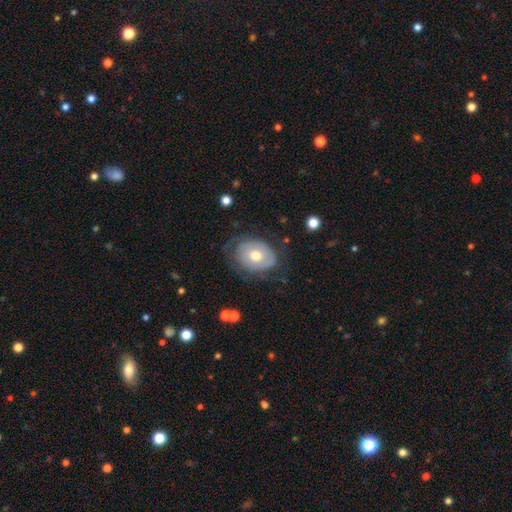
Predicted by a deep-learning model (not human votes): smooth-or-featured: featured or disk: 54% | smooth: 40% | star or artifact: 7%
  disk-edge-on: no: 95% | yes: 5%
    bar: no: 81% | weak: 15% | strong: 3%
    has-spiral-arms: yes: 57% | no: 43%
    bulge-size: moderate: 73% | small: 19% | large: 6% | none: 1% | dominant: 1%
  merging: none: 65% | minor disturbance: 23% | major disturbance: 11% | merger: 1%